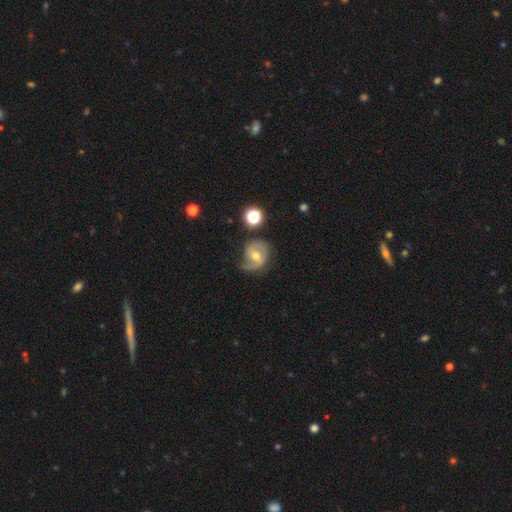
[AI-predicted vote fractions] Smooth or featured? featured or disk (70%)
Edge-on disk? no (97%)
Bar? weak (48%)
Spiral arms? yes (88%)
Spiral winding? medium (45%)
Spiral arm count? 2 (68%)
Bulge size? moderate (69%)
Merging? none (58%)